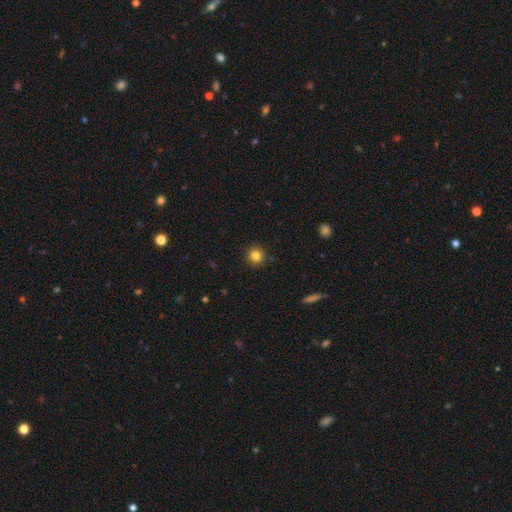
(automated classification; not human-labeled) Morphology: type=smooth (83%); roundness=round (94%); merging=none (92%).